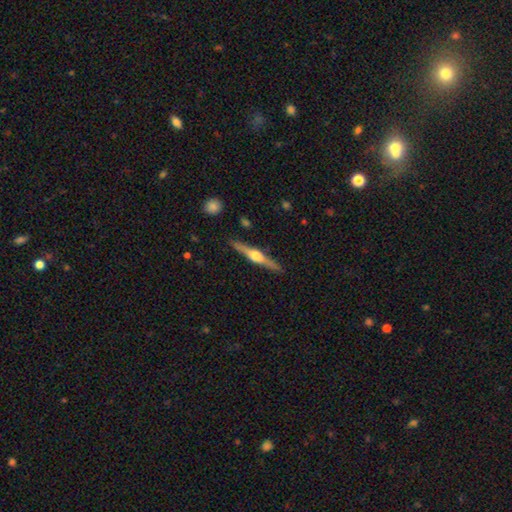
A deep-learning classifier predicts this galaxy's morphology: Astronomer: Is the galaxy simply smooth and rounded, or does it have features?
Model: featured or disk — 78%.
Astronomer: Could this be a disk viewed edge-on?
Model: yes — 98%.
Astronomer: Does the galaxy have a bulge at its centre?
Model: rounded — 92%.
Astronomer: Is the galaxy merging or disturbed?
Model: none — 90%.